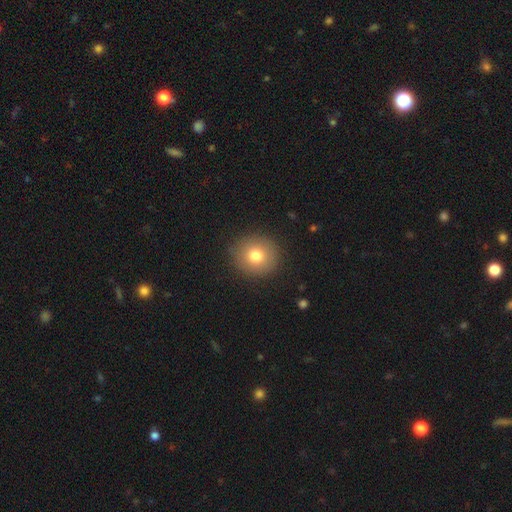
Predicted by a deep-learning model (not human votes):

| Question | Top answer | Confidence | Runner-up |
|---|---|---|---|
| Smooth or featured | smooth | 77% | featured or disk (12%) |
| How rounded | round | 90% | in between (9%) |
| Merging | none | 90% | minor disturbance (7%) |